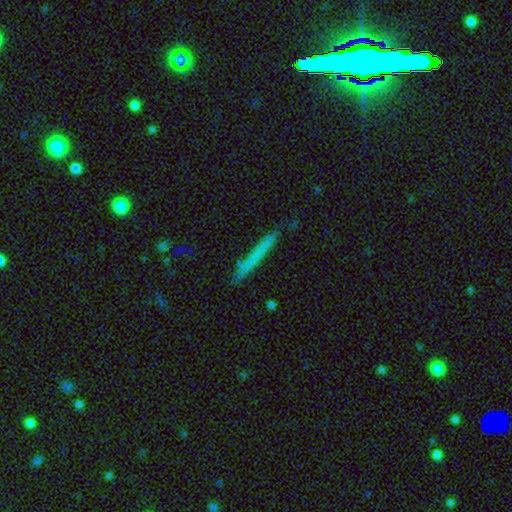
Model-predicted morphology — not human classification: The model was most divided on "smooth or featured": smooth: 57%, featured or disk: 36%, star or artifact: 7%. More confident: how rounded — cigar-shaped (96%); merging — none (88%).